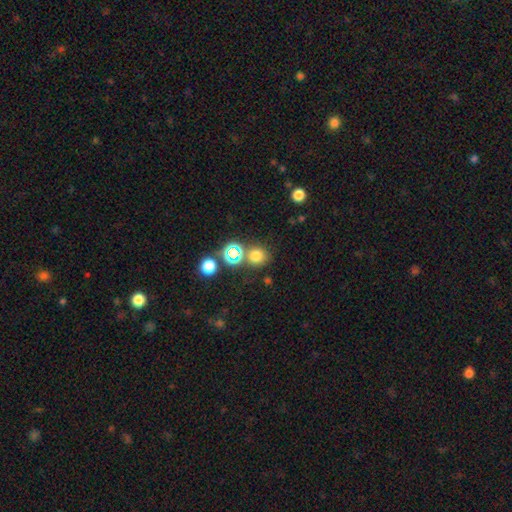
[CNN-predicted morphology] A smooth galaxy with no disk features (70%) that is round (87%). Merging: none (73%).